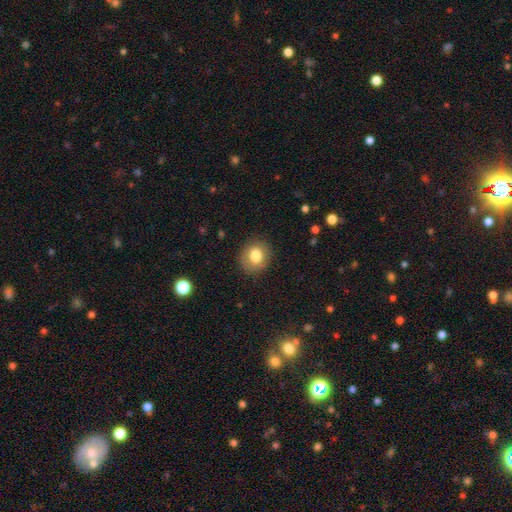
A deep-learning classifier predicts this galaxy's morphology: A smooth galaxy with no disk features (79%) that is round (71%).

Vote fractions:
- Smooth or featured? smooth: 79% / featured or disk: 12% / star or artifact: 9%
- How rounded? round: 71% / in between: 28% / cigar-shaped: 1%
- Merging? none: 85% / minor disturbance: 10% / major disturbance: 3% / merger: 1%